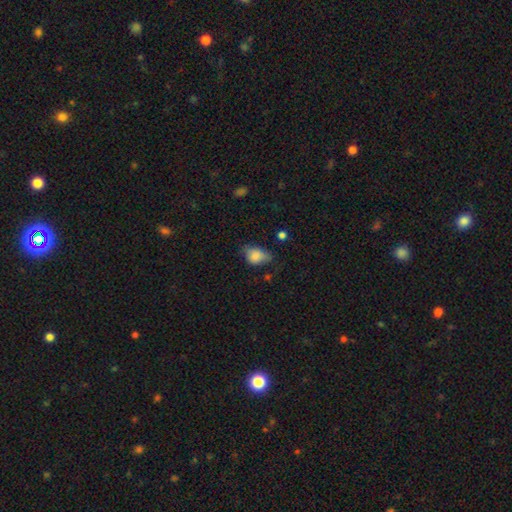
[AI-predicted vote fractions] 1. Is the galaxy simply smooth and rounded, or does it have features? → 82% smooth, 9% star or artifact, 9% featured or disk.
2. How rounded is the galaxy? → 77% in between, 21% round, 2% cigar-shaped.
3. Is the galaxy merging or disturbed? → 42% minor disturbance, 40% none, 15% major disturbance, 3% merger.